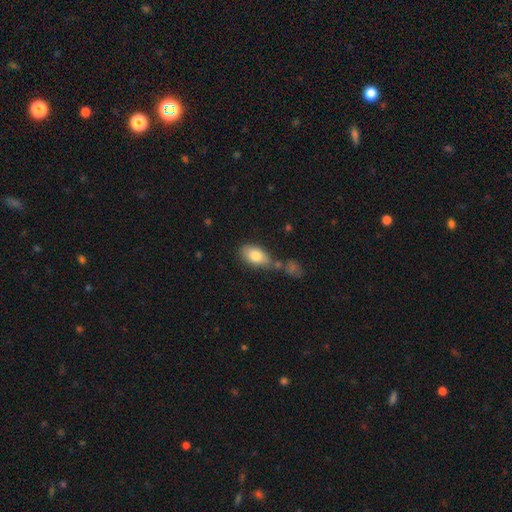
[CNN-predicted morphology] The model was most divided on "merging": none: 57%, merger: 20%, minor disturbance: 18%, major disturbance: 6%. More confident: how rounded — in between (91%); smooth or featured — smooth (81%).